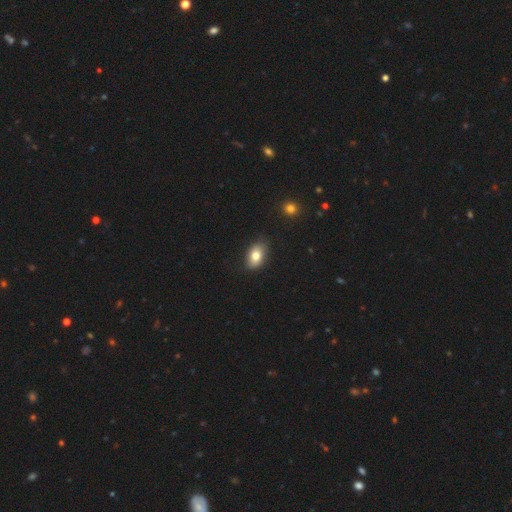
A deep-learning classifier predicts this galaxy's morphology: smooth-or-featured: smooth: 79% | featured or disk: 12% | star or artifact: 8%
  how-rounded: in between: 87% | round: 11% | cigar-shaped: 2%
  merging: none: 83% | minor disturbance: 13% | major disturbance: 2% | merger: 1%